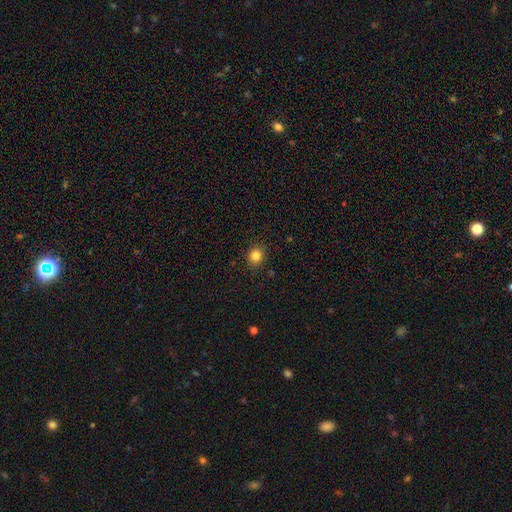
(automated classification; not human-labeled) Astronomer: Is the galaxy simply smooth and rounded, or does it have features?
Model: smooth — 83%.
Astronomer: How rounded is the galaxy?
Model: round — 79%.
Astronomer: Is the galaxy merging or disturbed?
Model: none — 89%.